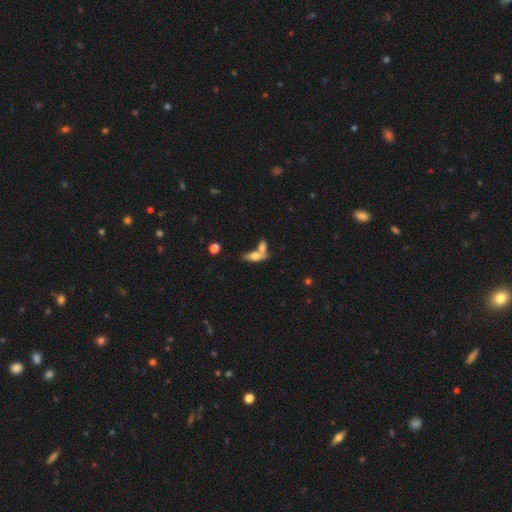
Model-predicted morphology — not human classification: Smooth or featured?
  - smooth: 63% *
  - featured or disk: 28%
  - star or artifact: 9%
How rounded?
  - in between: 71% *
  - cigar-shaped: 23%
  - round: 6%
Merging?
  - merger: 52% *
  - none: 33%
  - minor disturbance: 10%
  - major disturbance: 6%